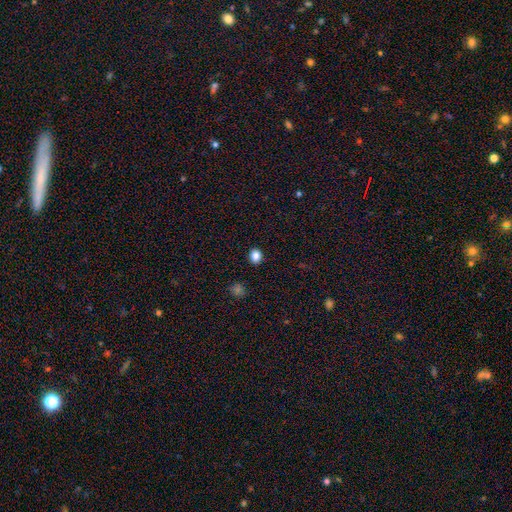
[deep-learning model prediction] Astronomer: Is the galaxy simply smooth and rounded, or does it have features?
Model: smooth — 85%.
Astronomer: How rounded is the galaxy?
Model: round — 71%.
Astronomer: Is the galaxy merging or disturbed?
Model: none — 92%.